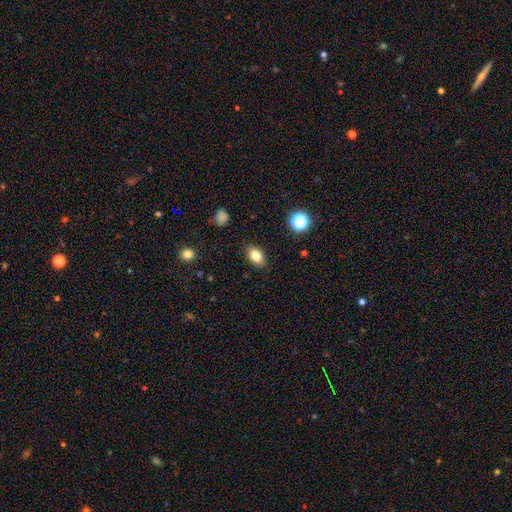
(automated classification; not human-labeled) A smooth galaxy with no disk features (82%) that is in between round and cigar-shaped (84%). Merging: none (86%).